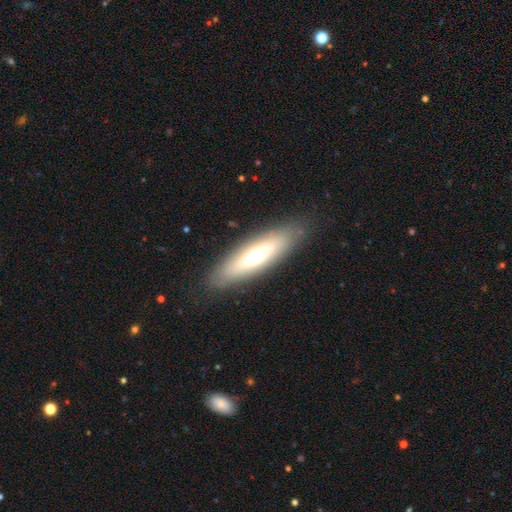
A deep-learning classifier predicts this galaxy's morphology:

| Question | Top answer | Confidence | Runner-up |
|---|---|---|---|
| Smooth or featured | smooth | 53% | featured or disk (39%) |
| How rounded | cigar-shaped | 50% | in between (48%) |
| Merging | none | 85% | minor disturbance (10%) |